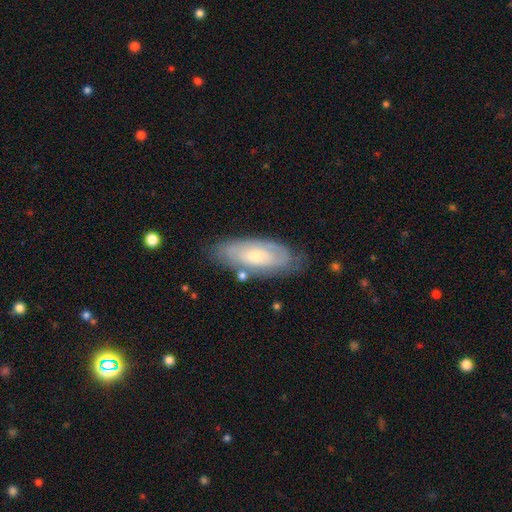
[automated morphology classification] A featured or disk galaxy (59%) with no bar (67%), spiral arms (75%) and a moderate central bulge (47%). Merging: none (71%).